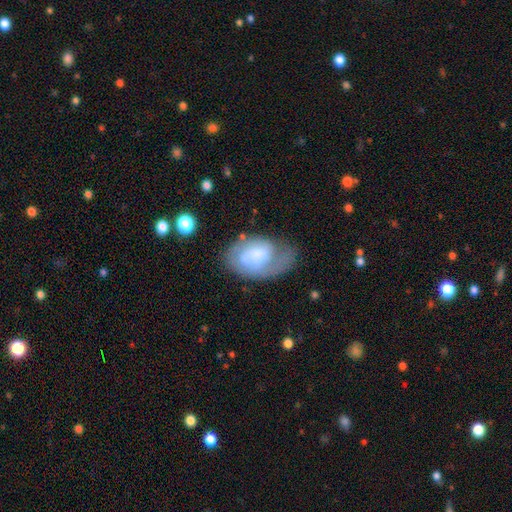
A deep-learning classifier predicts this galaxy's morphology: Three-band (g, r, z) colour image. It shows a featured or disk galaxy (54%) with no bar (64%), spiral arms (74%) and a small central bulge (29%). Merging: none (45%).